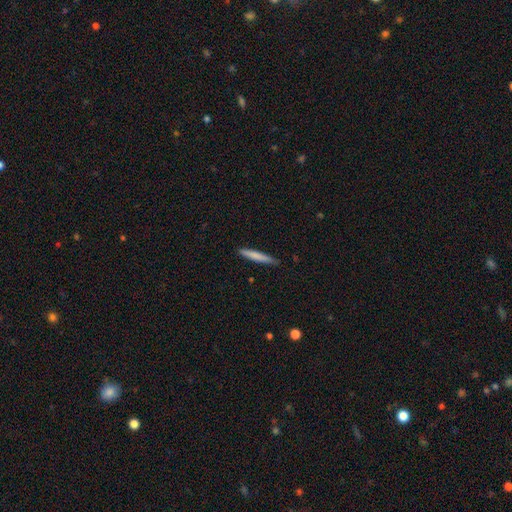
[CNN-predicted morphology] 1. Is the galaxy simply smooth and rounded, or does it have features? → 75% smooth, 19% featured or disk, 5% star or artifact.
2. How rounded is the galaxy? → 95% cigar-shaped, 4% in between, 1% round.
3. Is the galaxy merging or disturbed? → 84% none, 13% minor disturbance, 2% major disturbance, 1% merger.